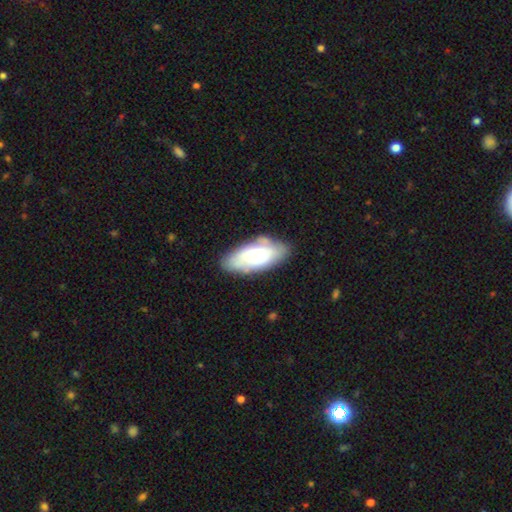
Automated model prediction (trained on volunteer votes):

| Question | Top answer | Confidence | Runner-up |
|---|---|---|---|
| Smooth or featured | smooth | 67% | featured or disk (26%) |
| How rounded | in between | 85% | cigar-shaped (13%) |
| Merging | none | 70% | minor disturbance (21%) |